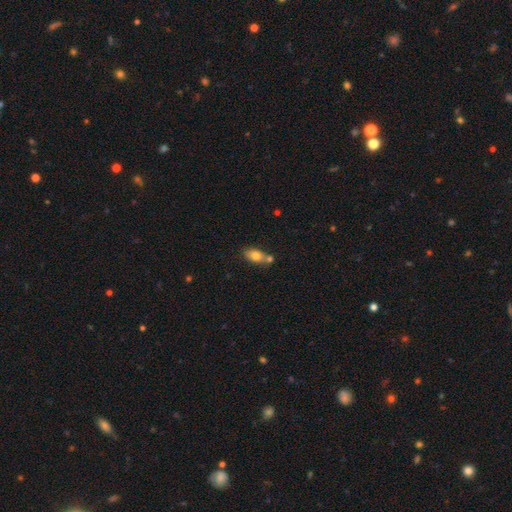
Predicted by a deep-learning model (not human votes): The model was most divided on "merging": none: 54%, merger: 28%, minor disturbance: 14%, major disturbance: 4%. More confident: how rounded — in between (86%); smooth or featured — smooth (78%).